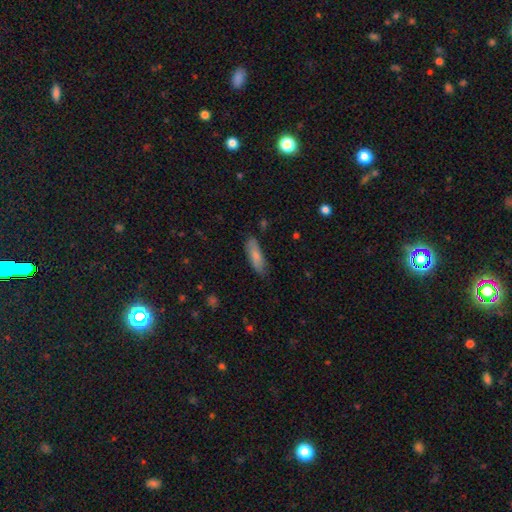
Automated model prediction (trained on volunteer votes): smooth-or-featured: smooth: 80% | featured or disk: 15% | star or artifact: 6%
  how-rounded: cigar-shaped: 50% | in between: 48% | round: 2%
  merging: none: 79% | minor disturbance: 17% | major disturbance: 3% | merger: 1%